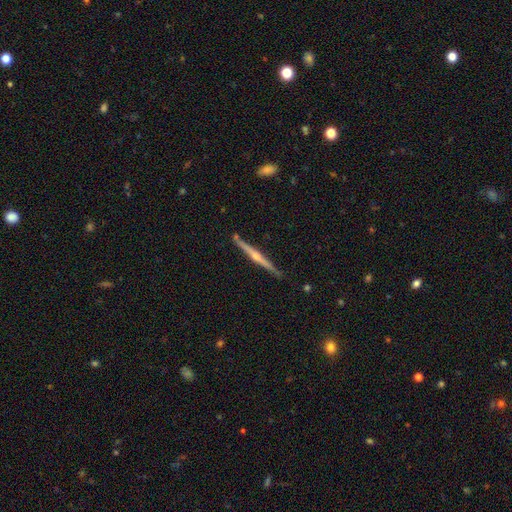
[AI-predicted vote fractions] Smooth or featured? Predicted: featured or disk (p=0.79). Edge-on disk? Predicted: yes (p=0.98). Edge-on bulge? Predicted: rounded (p=0.81). Merging? Predicted: none (p=0.88).